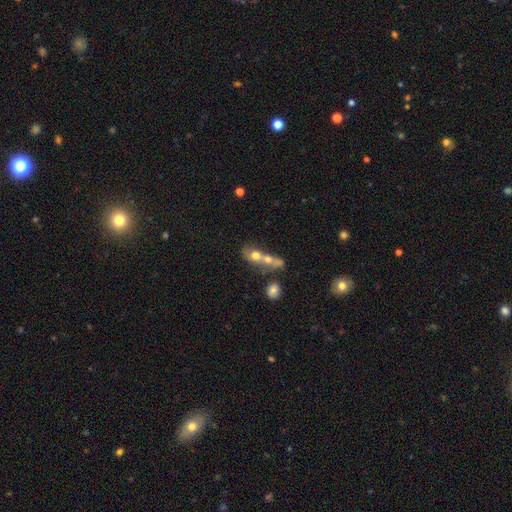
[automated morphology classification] Smooth or featured? Predicted: smooth (p=0.60). How rounded? Predicted: in between (p=0.50). Merging? Predicted: merger (p=0.71).